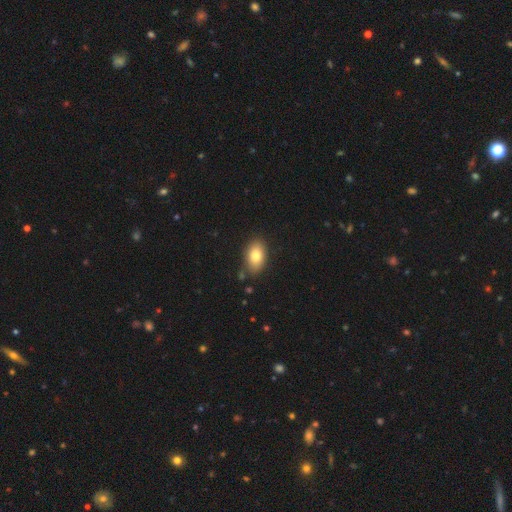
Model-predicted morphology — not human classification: Smooth or featured: smooth — 80% (featured or disk — 12%)
How rounded: in between — 89% (round — 9%)
Merging: none — 82% (minor disturbance — 12%)